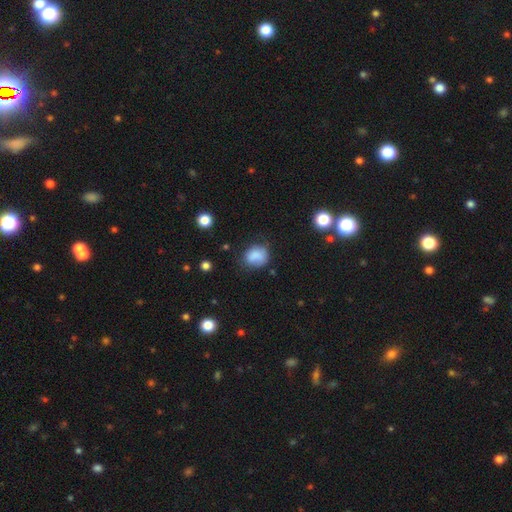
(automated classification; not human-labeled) Smooth or featured? smooth (81%)
How rounded? round (54%)
Merging? none (57%)